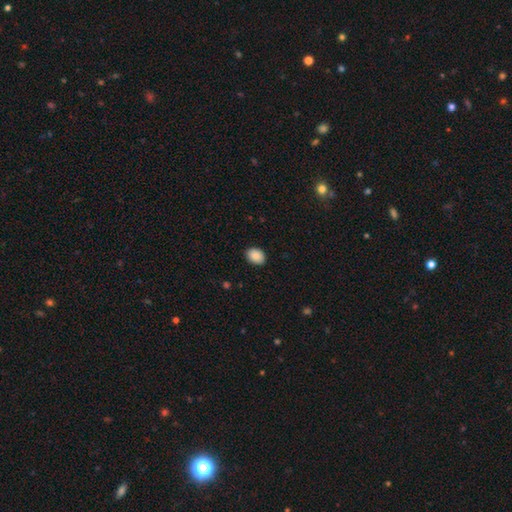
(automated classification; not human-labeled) Q: Smooth or featured?
A: smooth (89%); runner-up: star or artifact (8%)
Q: How rounded?
A: in between (65%); runner-up: round (34%)
Q: Merging?
A: none (89%); runner-up: minor disturbance (9%)